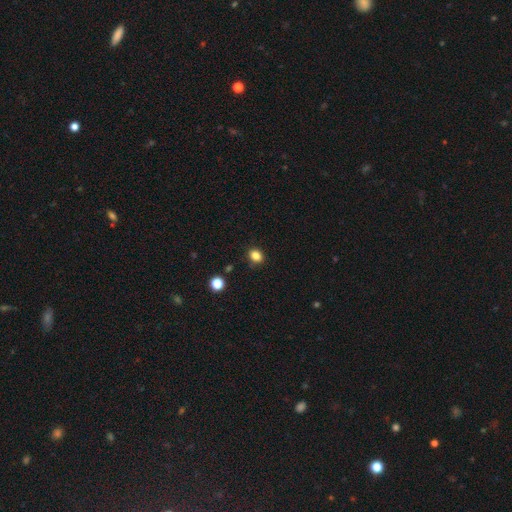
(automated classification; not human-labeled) smooth 84%, star or artifact 12%, featured or disk 4%. Down the decision tree: how rounded — in between (50%); merging — none (87%).